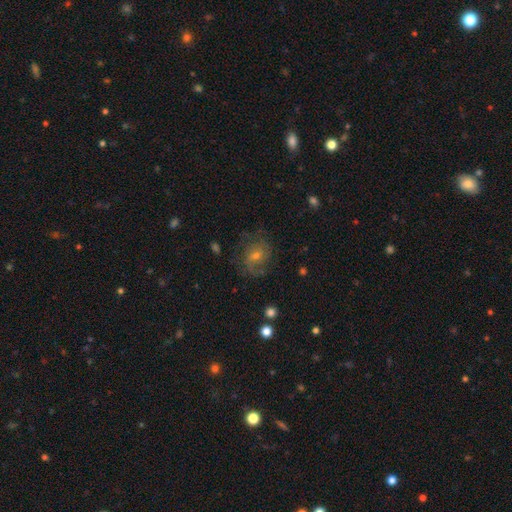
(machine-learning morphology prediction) smooth-or-featured: featured or disk: 57% | smooth: 26% | star or artifact: 17%
  disk-edge-on: no: 97% | yes: 3%
    bar: no: 63% | weak: 32% | strong: 5%
    has-spiral-arms: yes: 84% | no: 16%
    bulge-size: moderate: 47% | small: 46% | large: 3% | none: 3% | dominant: 1%
  merging: none: 71% | minor disturbance: 17% | major disturbance: 10% | merger: 1%